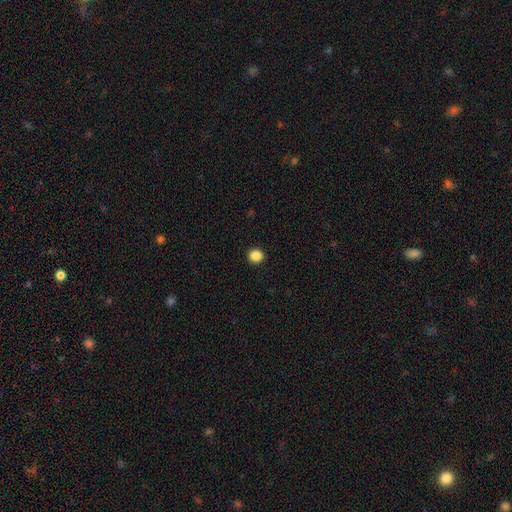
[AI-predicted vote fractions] Smooth or featured?
  - smooth: 87% *
  - star or artifact: 10%
  - featured or disk: 3%
How rounded?
  - round: 87% *
  - in between: 12%
  - cigar-shaped: 1%
Merging?
  - none: 93% *
  - minor disturbance: 5%
  - major disturbance: 2%
  - merger: 1%